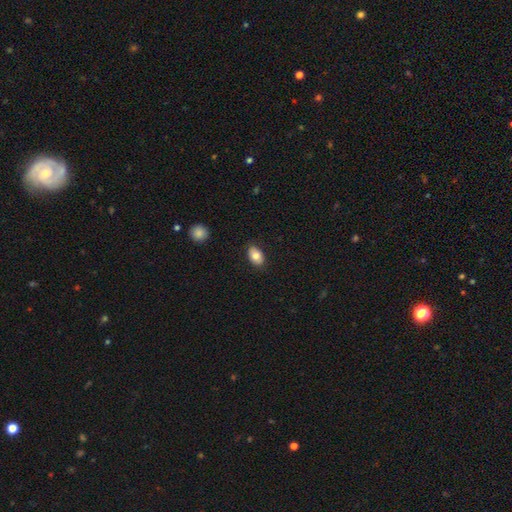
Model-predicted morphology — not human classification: A smooth galaxy with no disk features (80%) that is in between round and cigar-shaped (87%).

Vote fractions:
- Smooth or featured? smooth: 80% / featured or disk: 12% / star or artifact: 7%
- How rounded? in between: 87% / round: 11% / cigar-shaped: 1%
- Merging? none: 86% / minor disturbance: 11% / major disturbance: 2% / merger: 1%